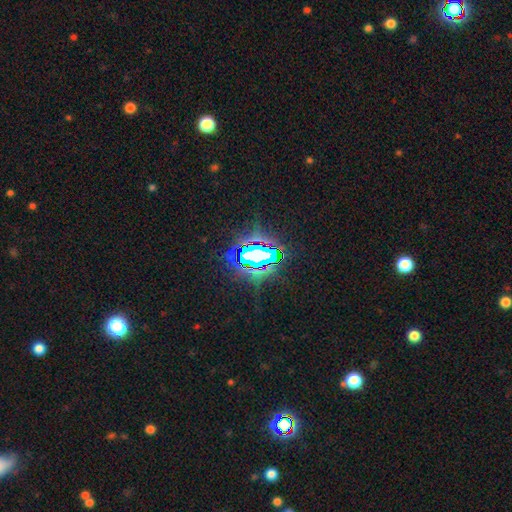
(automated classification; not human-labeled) Smooth or featured? Predicted: star or artifact (p=0.83).